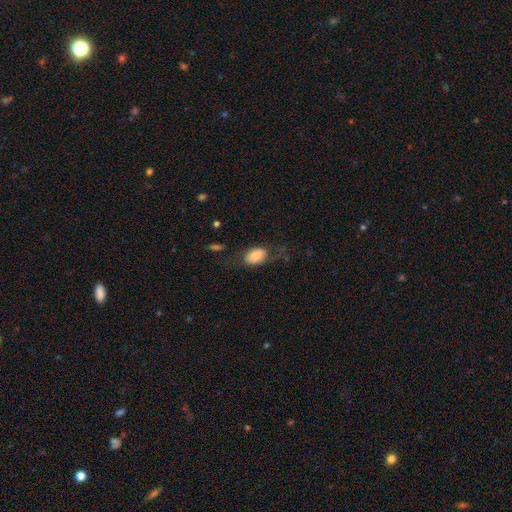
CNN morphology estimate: smooth-or-featured: smooth: 72% | featured or disk: 20% | star or artifact: 8%
  how-rounded: in between: 87% | round: 11% | cigar-shaped: 2%
  merging: none: 54% | major disturbance: 23% | minor disturbance: 21% | merger: 3%